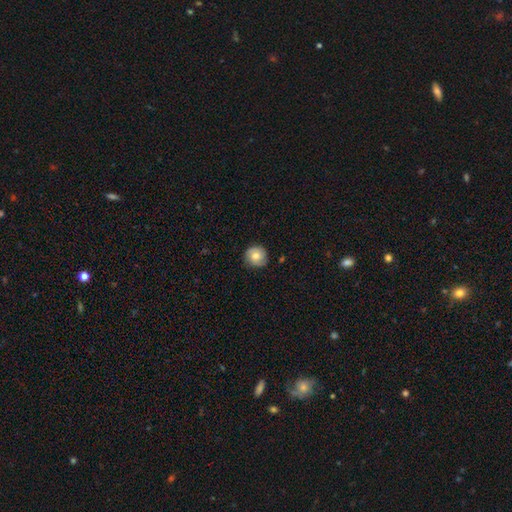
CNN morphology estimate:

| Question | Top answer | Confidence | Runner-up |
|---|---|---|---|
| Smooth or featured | smooth | 59% | featured or disk (33%) |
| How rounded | round | 91% | in between (8%) |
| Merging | none | 82% | minor disturbance (14%) |